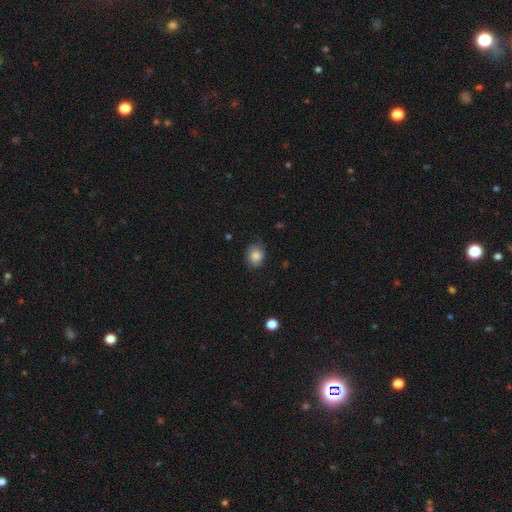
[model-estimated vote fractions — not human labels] smooth 80%, featured or disk 11%, star or artifact 9%. Down the decision tree: how rounded — round (60%); merging — none (75%).